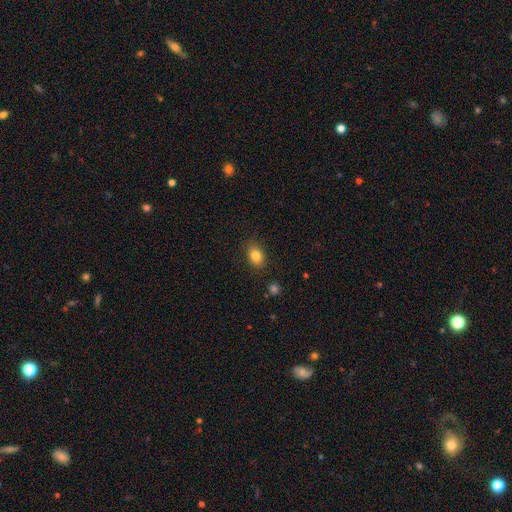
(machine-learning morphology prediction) Smooth or featured? smooth (82%)
How rounded? in between (74%)
Merging? none (86%)